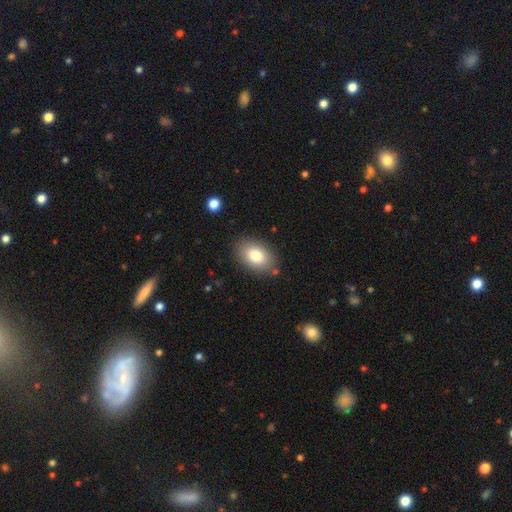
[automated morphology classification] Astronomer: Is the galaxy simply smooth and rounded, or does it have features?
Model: smooth — 81%.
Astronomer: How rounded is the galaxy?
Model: in between — 90%.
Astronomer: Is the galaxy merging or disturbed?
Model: none — 84%.